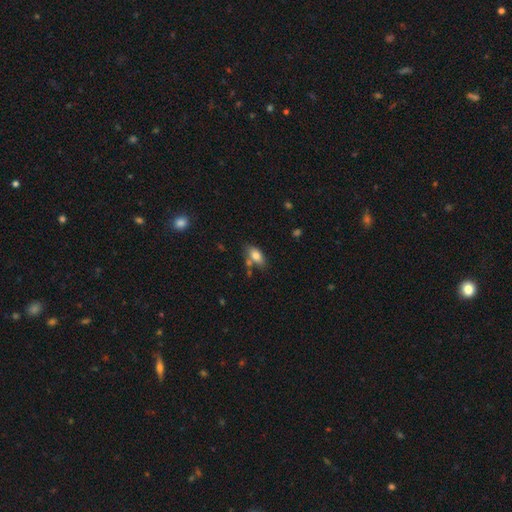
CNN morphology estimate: Overall: smooth (78%). How rounded: in between (87%). Merging: none (62%).